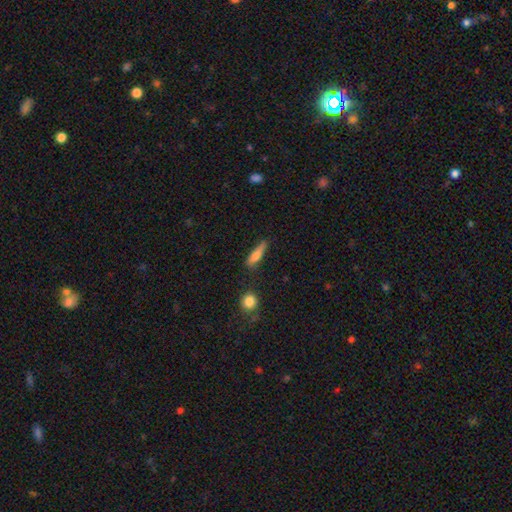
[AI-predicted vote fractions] This is likely a smooth galaxy (72%). How rounded: likely cigar-shaped (74%). Merging: likely none (66%).